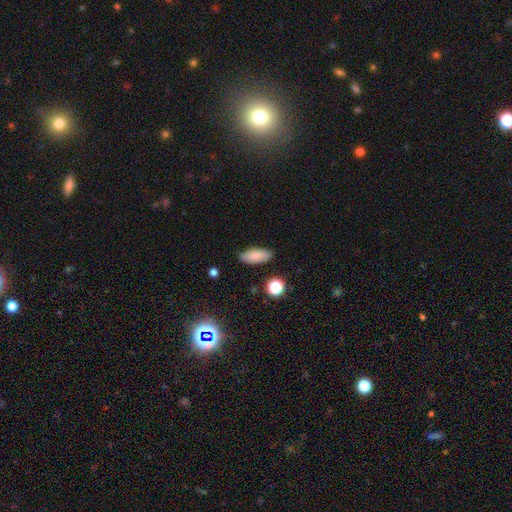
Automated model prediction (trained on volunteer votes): smooth-or-featured: smooth: 84% | star or artifact: 8% | featured or disk: 8%
  how-rounded: in between: 80% | cigar-shaped: 17% | round: 3%
  merging: none: 87% | minor disturbance: 9% | major disturbance: 2% | merger: 2%